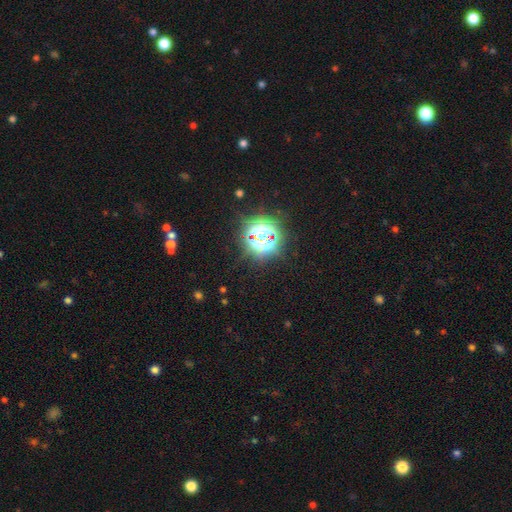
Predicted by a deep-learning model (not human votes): Overall: star or artifact (77%).